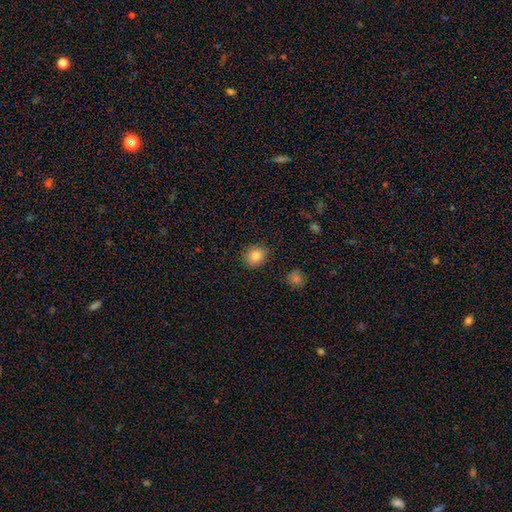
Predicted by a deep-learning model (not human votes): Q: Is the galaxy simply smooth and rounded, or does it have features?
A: smooth — 85%.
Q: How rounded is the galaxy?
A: round — 79%.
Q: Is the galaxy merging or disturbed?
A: none — 87%.